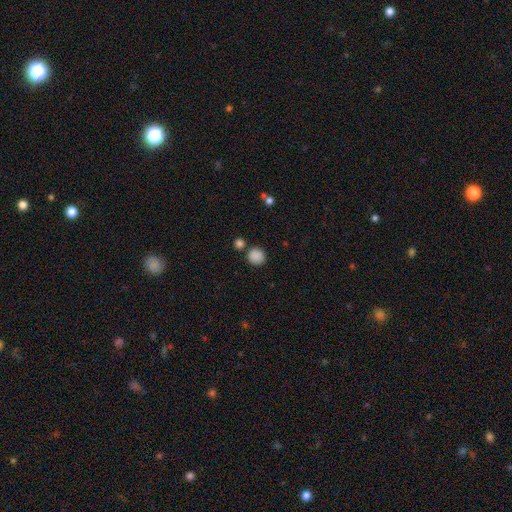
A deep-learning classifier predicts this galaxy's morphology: A smooth galaxy with no disk features (87%) that is round (91%). Merging: none (80%).